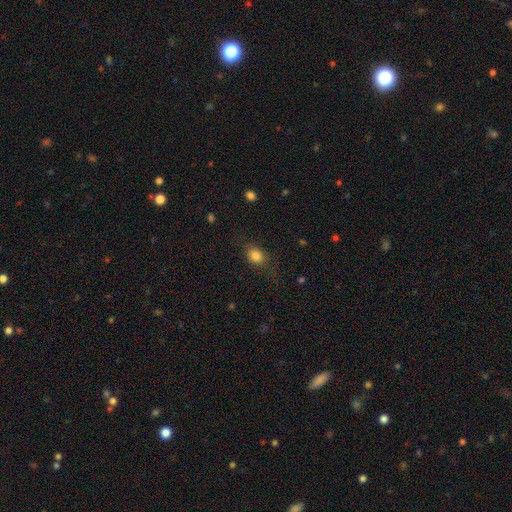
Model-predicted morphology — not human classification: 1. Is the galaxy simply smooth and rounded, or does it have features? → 81% smooth, 10% star or artifact, 9% featured or disk.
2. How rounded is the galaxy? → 51% in between, 47% round, 2% cigar-shaped.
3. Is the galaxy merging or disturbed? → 71% none, 18% minor disturbance, 9% major disturbance, 1% merger.